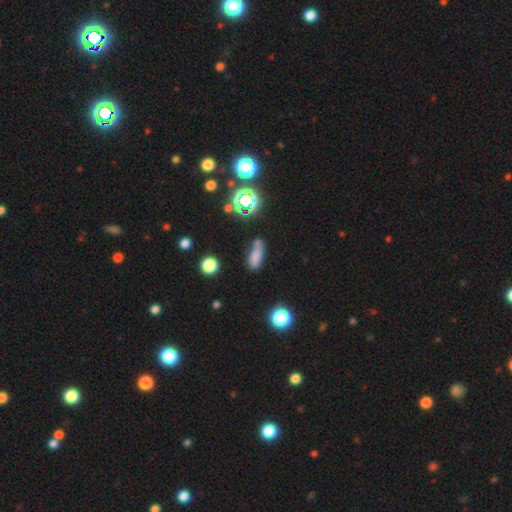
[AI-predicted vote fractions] Smooth or featured? smooth (69%)
How rounded? in between (57%)
Merging? none (46%)